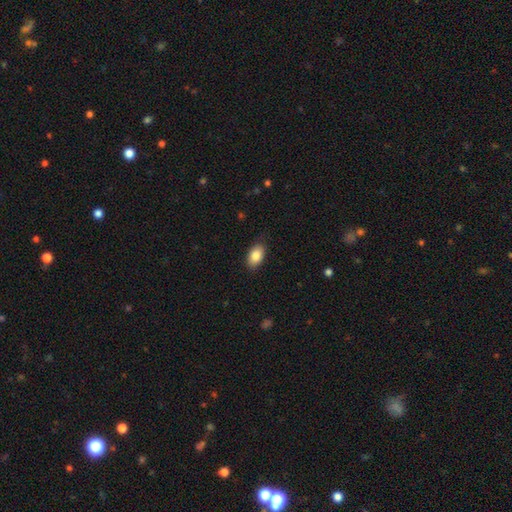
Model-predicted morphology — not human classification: Q: Smooth or featured?
A: smooth (86%); runner-up: featured or disk (7%)
Q: How rounded?
A: in between (92%); runner-up: round (7%)
Q: Merging?
A: none (83%); runner-up: minor disturbance (13%)